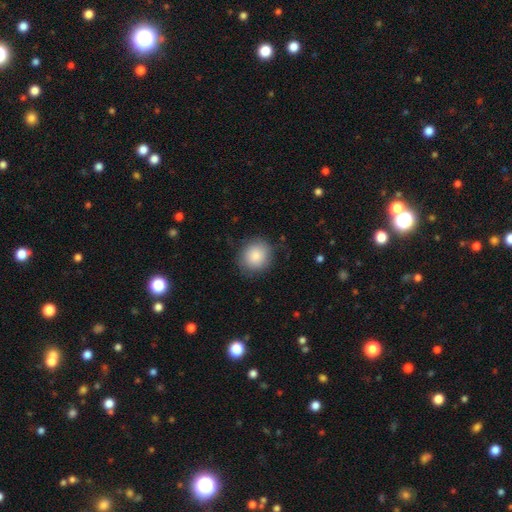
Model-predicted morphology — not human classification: A smooth galaxy with no disk features (85%) that is round (87%). Merging: none (81%).